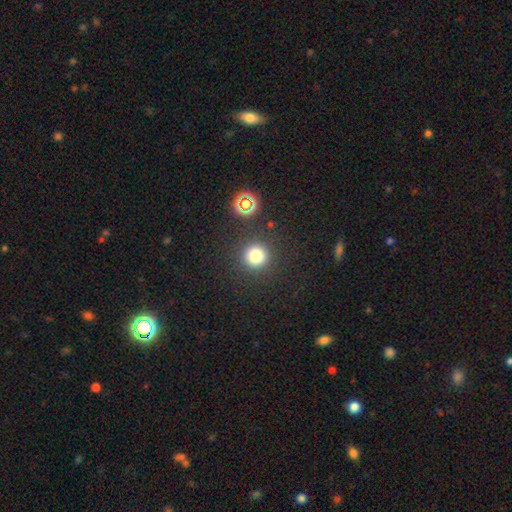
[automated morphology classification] This is likely a smooth galaxy (77%). How rounded: clearly round (95%). Merging: clearly none (88%).